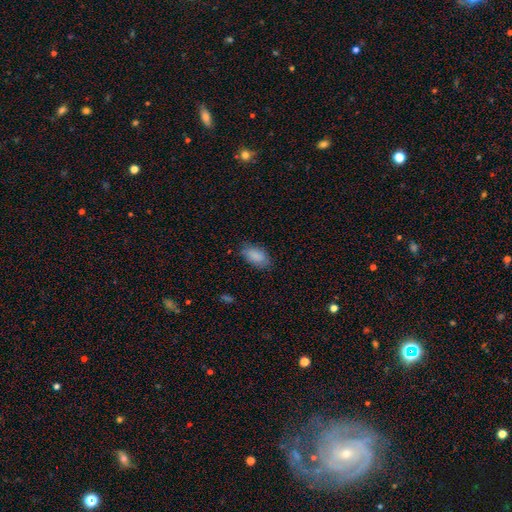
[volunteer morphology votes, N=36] This appears to be a smooth galaxy with no disk features (81%) that is in between round and cigar-shaped (97%). Merging: none (88%).